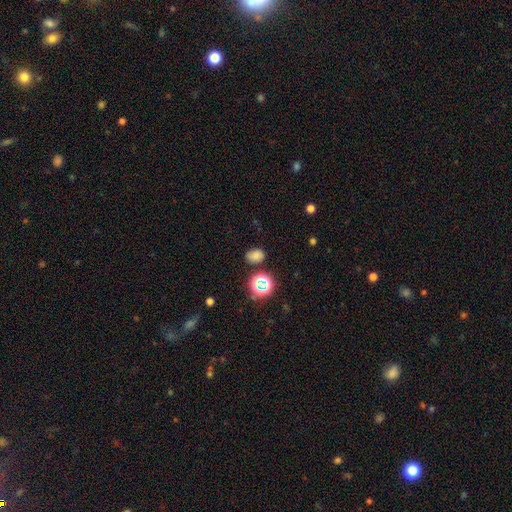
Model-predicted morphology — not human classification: A smooth galaxy with no disk features (72%) that is in between round and cigar-shaped (71%). Merging: none (79%).